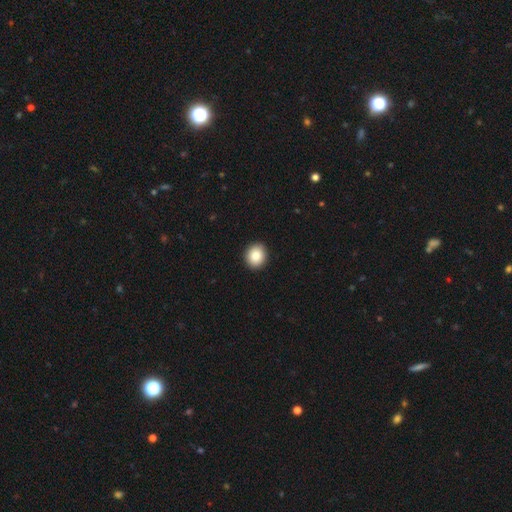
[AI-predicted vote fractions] Q: Smooth or featured?
A: smooth (85%); runner-up: star or artifact (8%)
Q: How rounded?
A: round (74%); runner-up: in between (25%)
Q: Merging?
A: none (92%); runner-up: minor disturbance (5%)